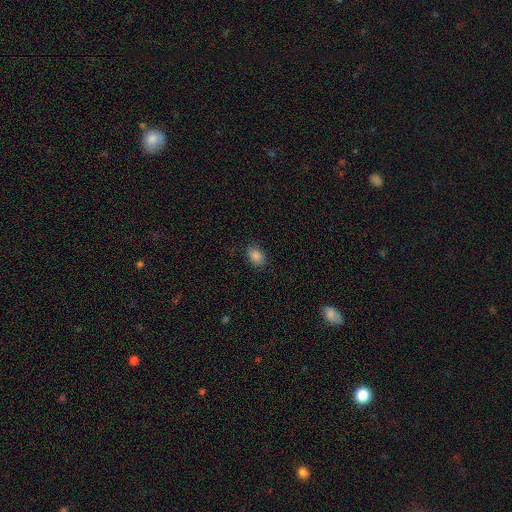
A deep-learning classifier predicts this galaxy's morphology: Smooth or featured? smooth (86%)
How rounded? in between (80%)
Merging? none (85%)